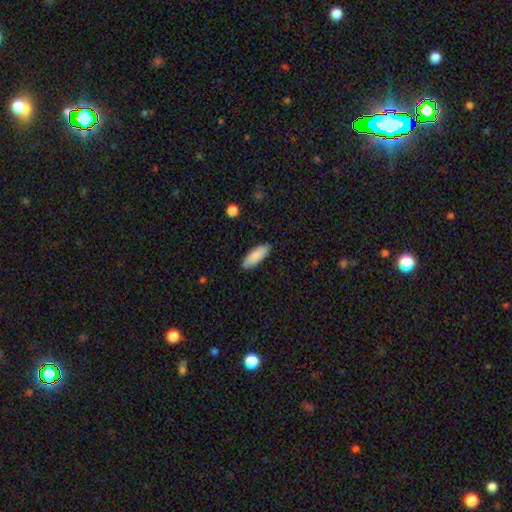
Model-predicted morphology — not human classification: Smooth or featured?
  - smooth: 88% *
  - featured or disk: 6%
  - star or artifact: 6%
How rounded?
  - in between: 69% *
  - cigar-shaped: 29%
  - round: 2%
Merging?
  - none: 89% *
  - minor disturbance: 9%
  - major disturbance: 2%
  - merger: 1%